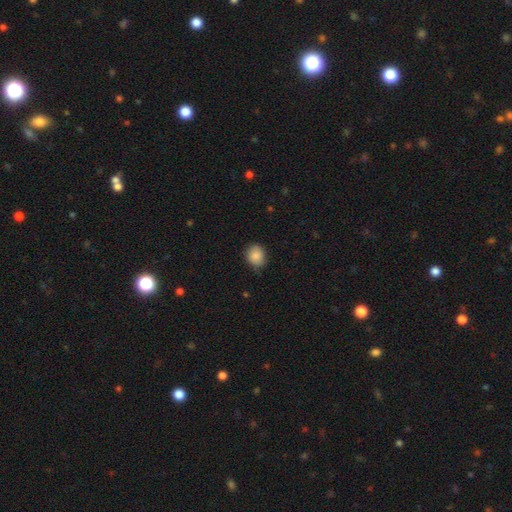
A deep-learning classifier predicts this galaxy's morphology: This appears to be a smooth galaxy with no disk features (85%) that is round (71%). Merging: none (77%).